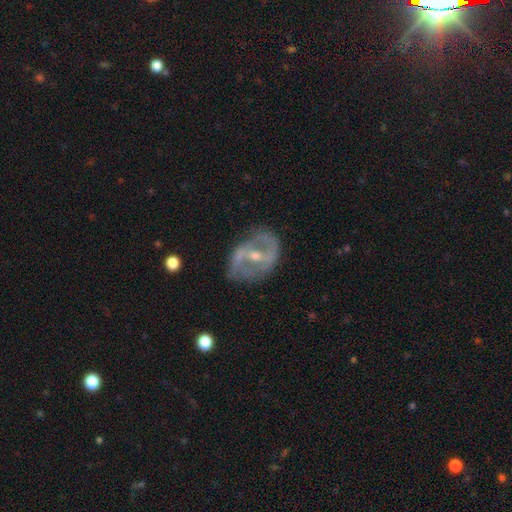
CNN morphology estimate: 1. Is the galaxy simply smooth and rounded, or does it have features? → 83% featured or disk, 11% smooth, 6% star or artifact.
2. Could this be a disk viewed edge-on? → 95% no, 5% yes.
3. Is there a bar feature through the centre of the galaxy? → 49% strong, 34% weak, 17% no.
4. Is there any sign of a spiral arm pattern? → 71% yes, 29% no.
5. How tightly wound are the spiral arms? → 45% medium, 29% loose, 25% tight.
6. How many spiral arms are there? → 80% 2, 12% can't tell, 4% 1, 2% 3, 1% 4, 1% more than 4.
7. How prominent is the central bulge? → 51% moderate, 46% small, 1% large, 1% none, 1% dominant.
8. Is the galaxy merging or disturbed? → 67% none, 21% minor disturbance, 10% major disturbance, 2% merger.